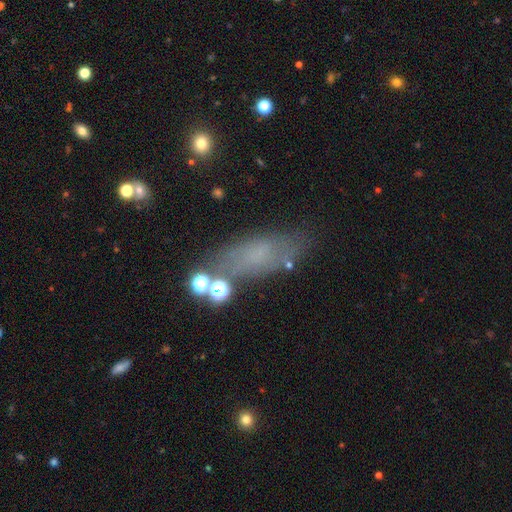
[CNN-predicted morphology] Overall: smooth (58%; featured or disk 24%). How rounded: in between (59%; cigar-shaped 35%). Merging: none (69%).